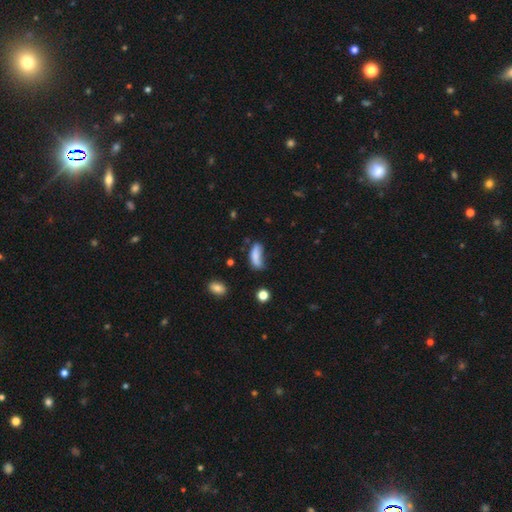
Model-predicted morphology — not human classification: Smooth or featured? smooth (76%)
How rounded? in between (71%)
Merging? none (37%)